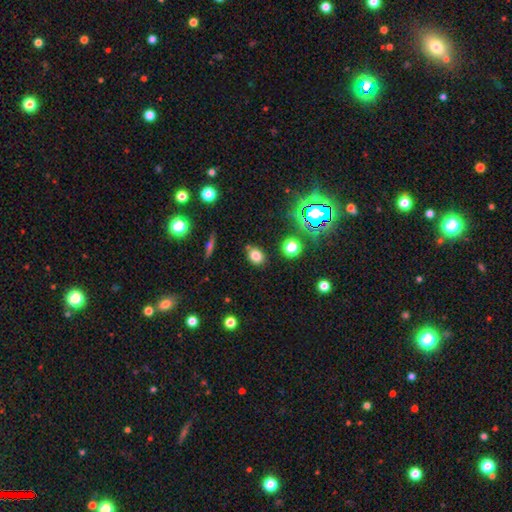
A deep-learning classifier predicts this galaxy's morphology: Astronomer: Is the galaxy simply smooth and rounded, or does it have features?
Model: smooth — 76%.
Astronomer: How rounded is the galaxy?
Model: in between — 60% (runner-up: round, 39%).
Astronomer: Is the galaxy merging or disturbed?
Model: none — 81%.